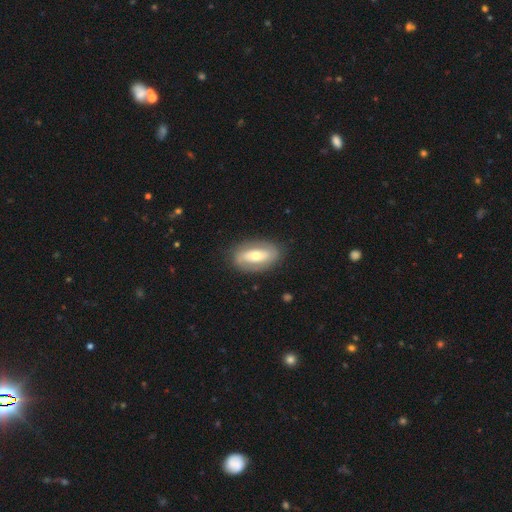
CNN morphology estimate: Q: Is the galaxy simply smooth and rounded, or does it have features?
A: featured or disk — 64%.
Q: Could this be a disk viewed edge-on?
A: no — 91%.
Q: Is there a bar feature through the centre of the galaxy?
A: strong — 38%.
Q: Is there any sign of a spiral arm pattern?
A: yes — 64%.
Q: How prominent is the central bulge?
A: moderate — 64%.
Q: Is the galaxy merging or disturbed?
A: none — 84%.